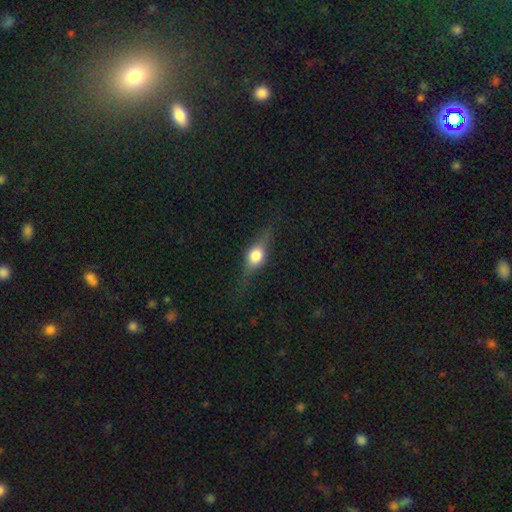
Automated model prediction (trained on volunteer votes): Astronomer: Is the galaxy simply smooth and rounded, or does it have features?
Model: featured or disk — 49% (runner-up: smooth, 42%).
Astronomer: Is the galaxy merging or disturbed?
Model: none — 75%.